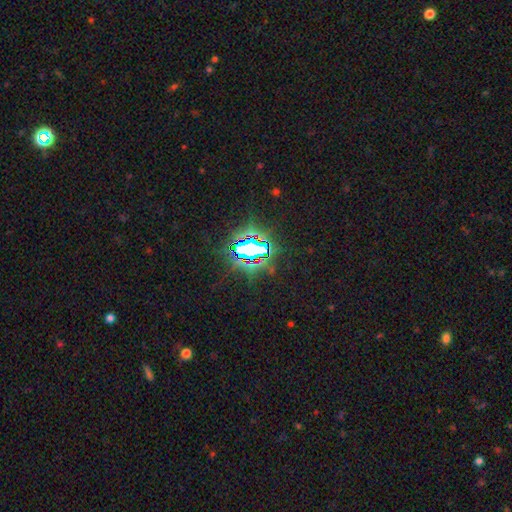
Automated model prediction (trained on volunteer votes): Smooth or featured? Predicted: star or artifact (p=0.78).